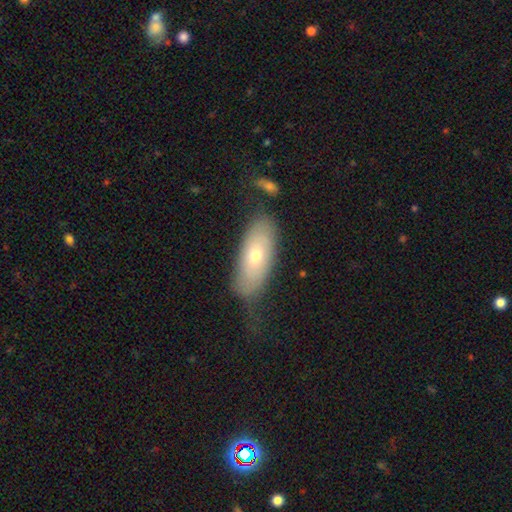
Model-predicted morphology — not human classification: The model was most divided on "smooth or featured": smooth: 59%, featured or disk: 34%, star or artifact: 7%. More confident: how rounded — in between (81%); merging — none (59%).